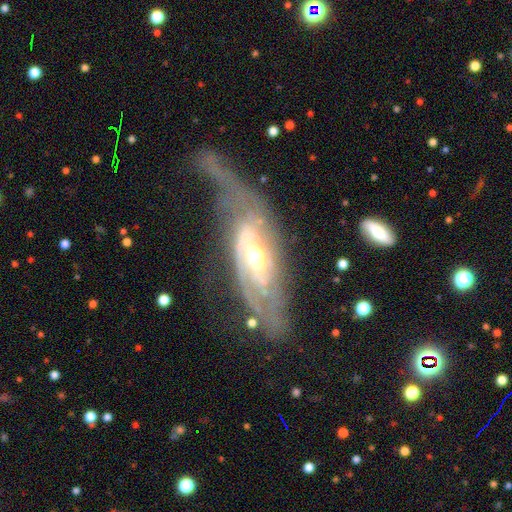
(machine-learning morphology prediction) Overall: featured or disk (84%). Edge-on disk: no (86%). Bar: no (54%; weak 32%). Spiral arms: yes (88%). Spiral arm count: 2 (38%; can't tell 37%). Spiral winding: tight (53%; medium 33%). Bulge size: moderate (67%). Merging: none (43%; major disturbance 30%).